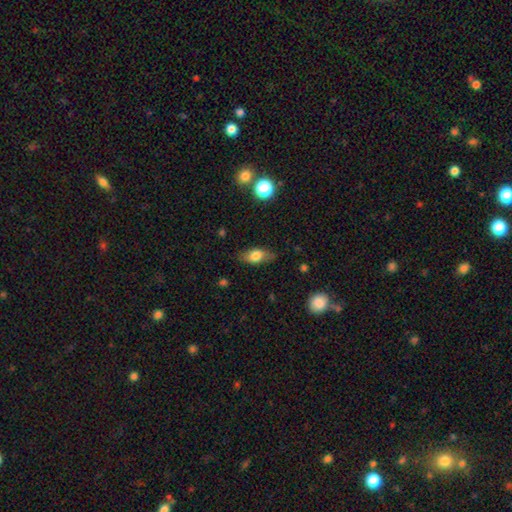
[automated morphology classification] smooth_or_featured: smooth (p=0.69) [alt: featured or disk p=0.22]
how_rounded: in between (p=0.79) [alt: cigar-shaped p=0.12]
merging: none (p=0.79) [alt: minor disturbance p=0.16]